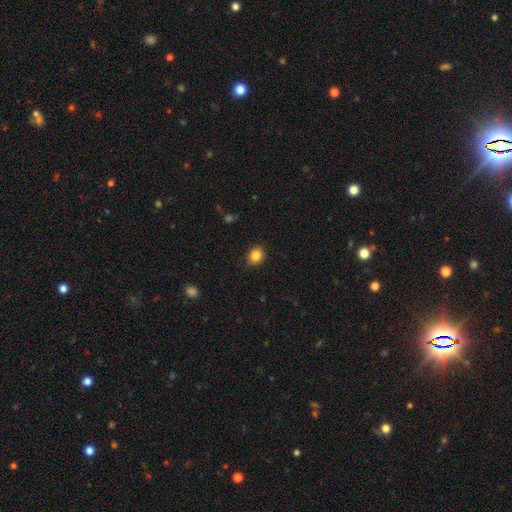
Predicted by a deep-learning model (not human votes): Smooth or featured? smooth (84%)
How rounded? round (63%)
Merging? none (81%)